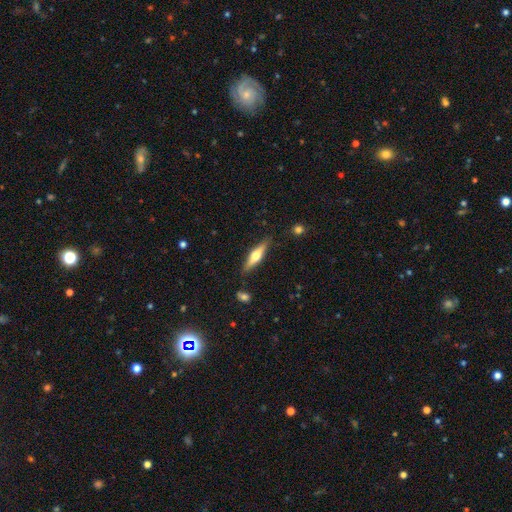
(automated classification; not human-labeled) smooth_or_featured: featured or disk (p=0.52) [alt: smooth p=0.42]
disk_edge_on: yes (p=0.94) [alt: no p=0.06]
merging: none (p=0.86) [alt: minor disturbance p=0.10]